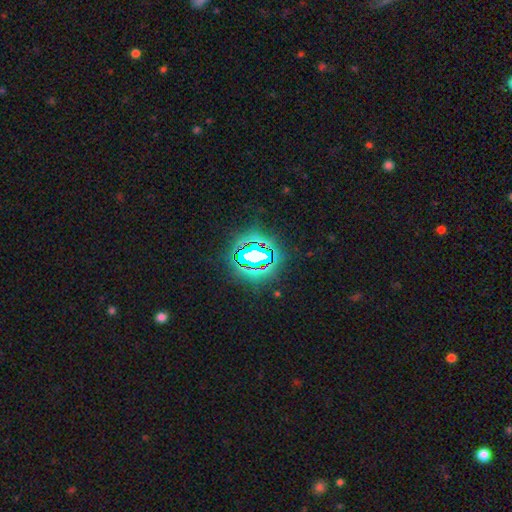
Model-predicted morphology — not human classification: Smooth or featured? Predicted: star or artifact (p=0.73).